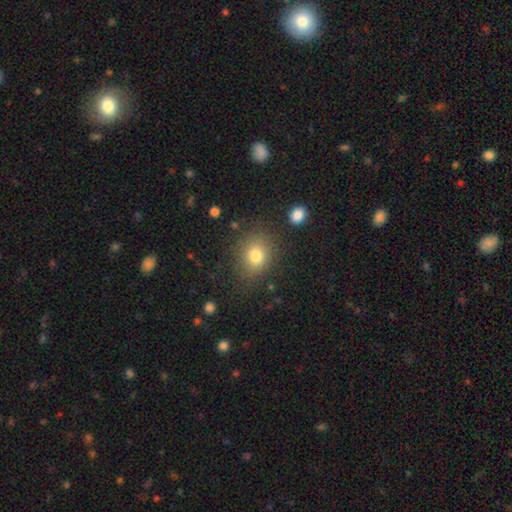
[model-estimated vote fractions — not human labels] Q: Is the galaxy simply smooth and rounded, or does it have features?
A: smooth — 79%.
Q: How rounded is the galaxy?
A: round — 59%.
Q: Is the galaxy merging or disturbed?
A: none — 81%.